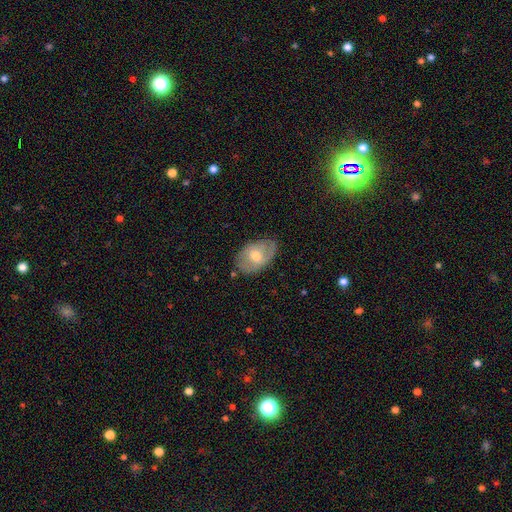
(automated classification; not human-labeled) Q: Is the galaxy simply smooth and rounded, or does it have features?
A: smooth — 47%.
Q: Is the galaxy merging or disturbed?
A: none — 73%.